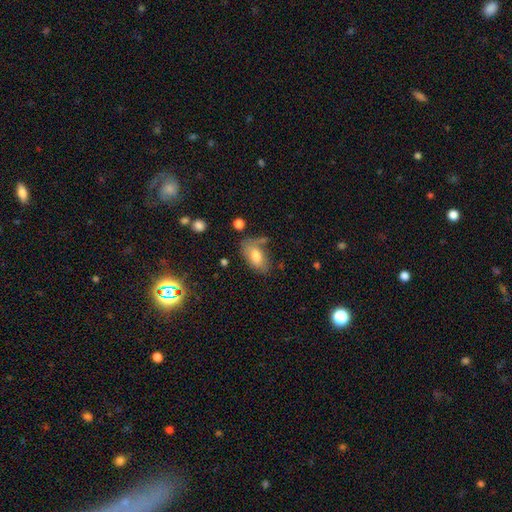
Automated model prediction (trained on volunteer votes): smooth-or-featured: smooth: 75% | featured or disk: 17% | star or artifact: 8%
  how-rounded: in between: 92% | round: 5% | cigar-shaped: 3%
  merging: none: 53% | minor disturbance: 26% | major disturbance: 11% | merger: 9%